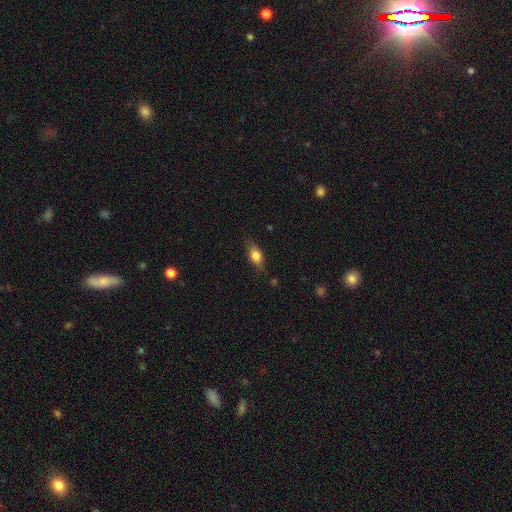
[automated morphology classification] A smooth galaxy with no disk features (71%) that is in between round and cigar-shaped (77%). Merging: none (76%).